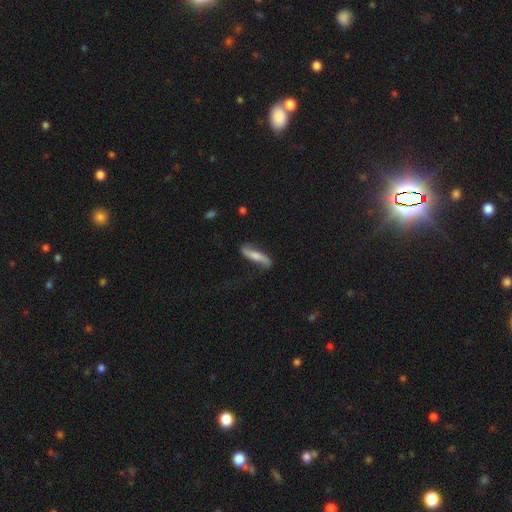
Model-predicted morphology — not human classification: A featured or disk galaxy (50%). Merging: none (70%).